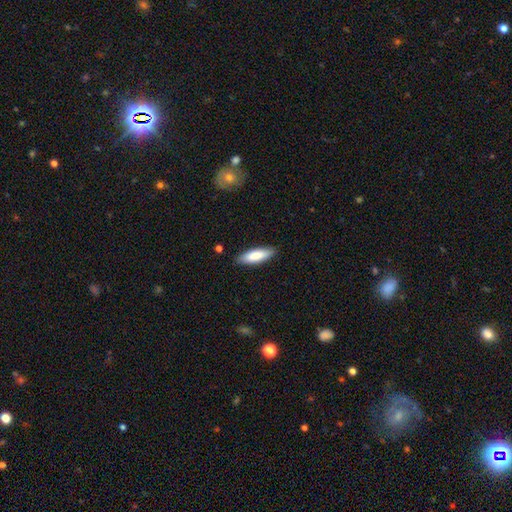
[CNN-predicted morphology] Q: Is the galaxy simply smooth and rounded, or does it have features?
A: smooth — 82%.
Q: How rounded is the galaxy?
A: in between — 52%.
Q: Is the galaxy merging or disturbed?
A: none — 87%.